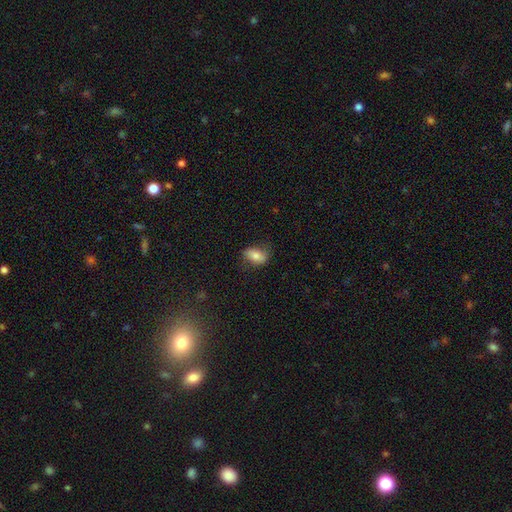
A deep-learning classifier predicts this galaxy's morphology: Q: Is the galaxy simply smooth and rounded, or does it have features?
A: smooth — 76%.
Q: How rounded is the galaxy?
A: in between — 87%.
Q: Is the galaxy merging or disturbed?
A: none — 69%.